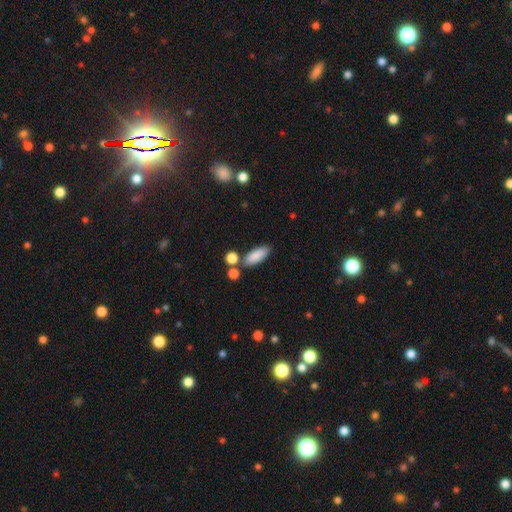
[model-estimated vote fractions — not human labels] Smooth or featured? smooth (86%)
How rounded? in between (74%)
Merging? none (69%)